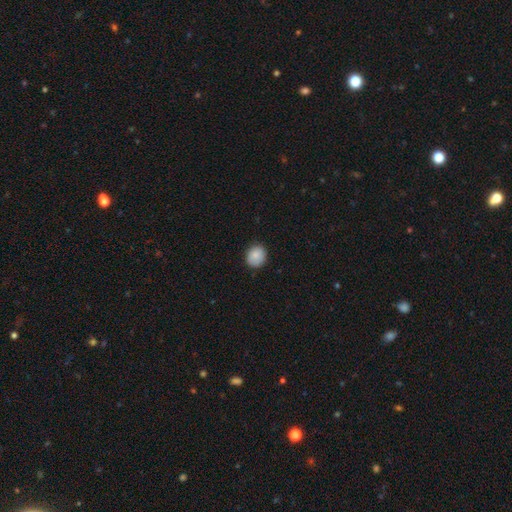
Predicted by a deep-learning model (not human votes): Smooth or featured?
  - smooth: 87% *
  - star or artifact: 8%
  - featured or disk: 5%
How rounded?
  - round: 77% *
  - in between: 23%
  - cigar-shaped: 1%
Merging?
  - none: 85% *
  - minor disturbance: 12%
  - major disturbance: 2%
  - merger: 1%